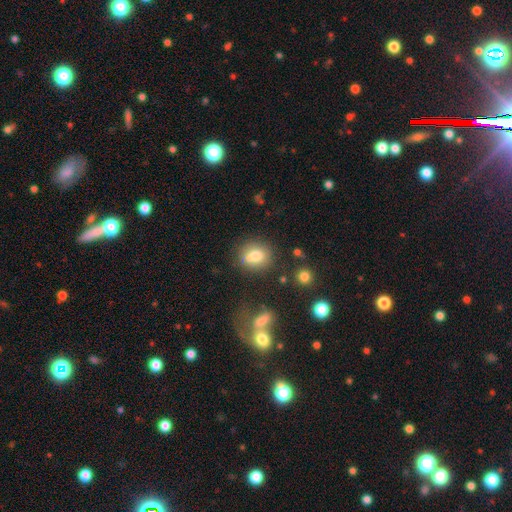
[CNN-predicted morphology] type=smooth (76%); roundness=round (64%); merging=none (63%).